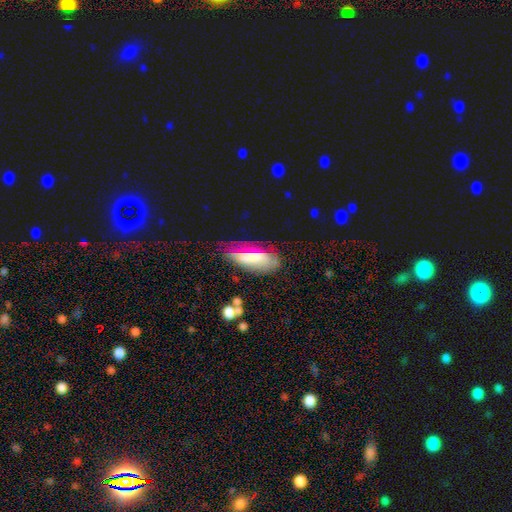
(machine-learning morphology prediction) This appears to be a smooth galaxy with no disk features (54%) that is in between round and cigar-shaped (75%). Merging: none (56%).